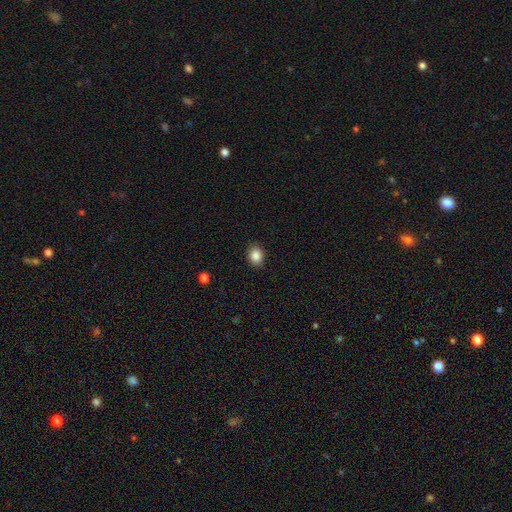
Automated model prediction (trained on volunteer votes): A smooth galaxy with no disk features (86%) that is round (58%).

Vote fractions:
- Smooth or featured? smooth: 86% / star or artifact: 9% / featured or disk: 4%
- How rounded? round: 58% / in between: 41% / cigar-shaped: 1%
- Merging? none: 90% / minor disturbance: 7% / major disturbance: 2% / merger: 1%